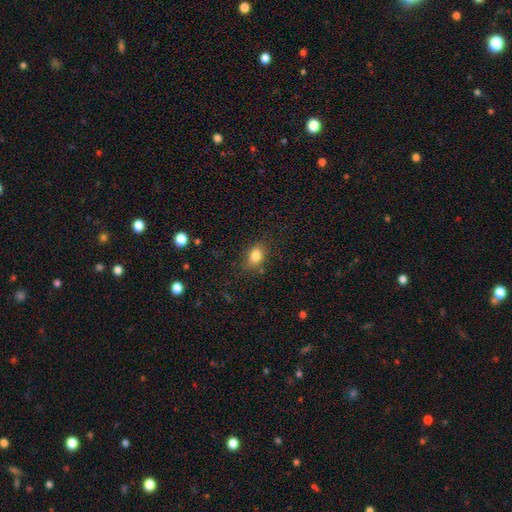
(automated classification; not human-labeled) This is clearly a smooth galaxy (82%). How rounded: likely in between (72%). Merging: likely none (79%).